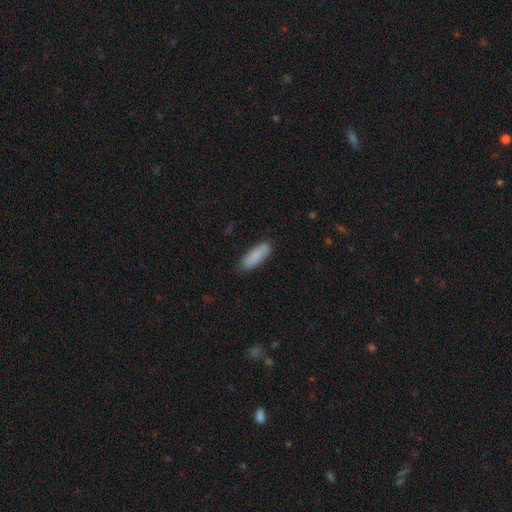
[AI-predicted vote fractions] Smooth or featured? Predicted: smooth (p=0.86). How rounded? Predicted: in between (p=0.58). Merging? Predicted: none (p=0.84).